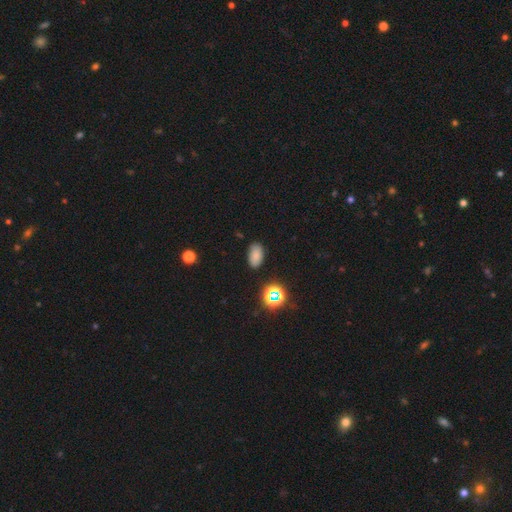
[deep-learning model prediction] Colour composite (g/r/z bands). It shows a smooth galaxy with no disk features (80%) that is in between round and cigar-shaped (91%). Merging: none (83%).